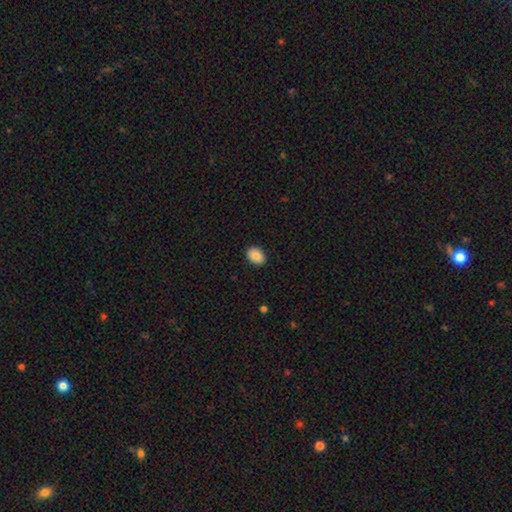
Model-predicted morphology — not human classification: Smooth or featured? Predicted: smooth (p=0.89). How rounded? Predicted: in between (p=0.72). Merging? Predicted: none (p=0.90).